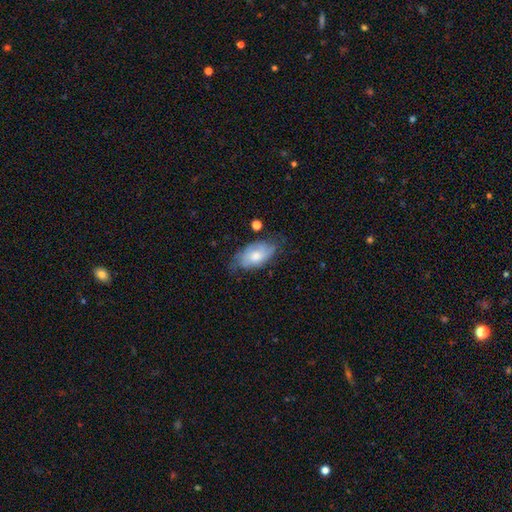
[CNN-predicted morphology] This appears to be a smooth galaxy with no disk features (54%) that is in between round and cigar-shaped (92%). Merging: none (56%).